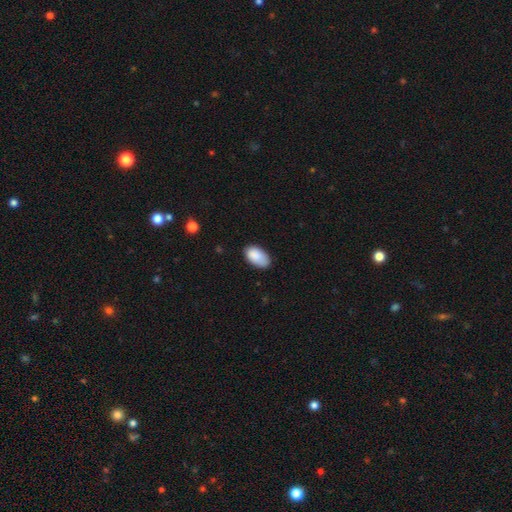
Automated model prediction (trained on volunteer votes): This appears to be a smooth galaxy with no disk features (87%) that is in between round and cigar-shaped (94%). Merging: none (74%).